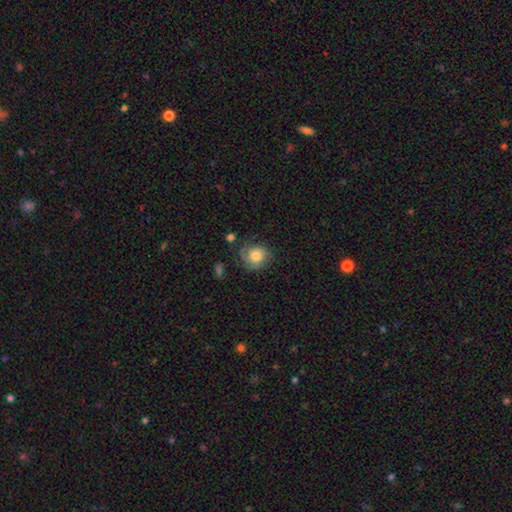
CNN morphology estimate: Smooth or featured?
  - smooth: 49% *
  - featured or disk: 43%
  - star or artifact: 9%
Merging?
  - none: 59% *
  - minor disturbance: 24%
  - major disturbance: 14%
  - merger: 3%